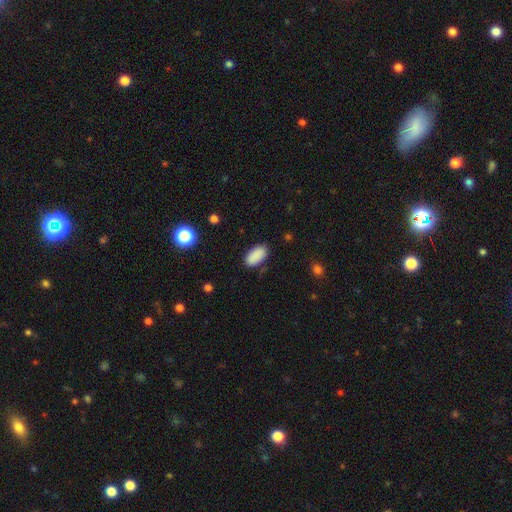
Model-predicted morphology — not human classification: smooth-or-featured: smooth: 89% | star or artifact: 8% | featured or disk: 3%
  how-rounded: in between: 93% | cigar-shaped: 4% | round: 3%
  merging: none: 84% | minor disturbance: 11% | major disturbance: 3% | merger: 1%